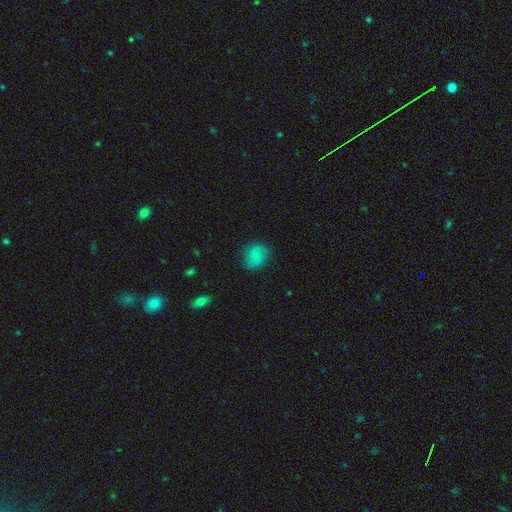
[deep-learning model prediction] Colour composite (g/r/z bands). It shows a smooth galaxy with no disk features (78%) that is round (69%). Merging: none (80%).